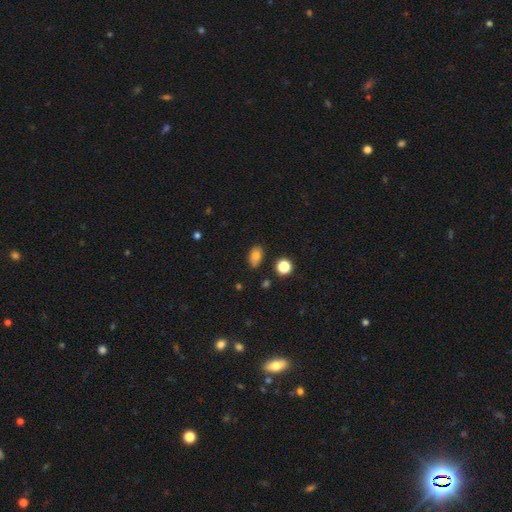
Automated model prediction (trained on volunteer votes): This appears to be a smooth galaxy with no disk features (78%) that is in between round and cigar-shaped (84%). Merging: none (79%).